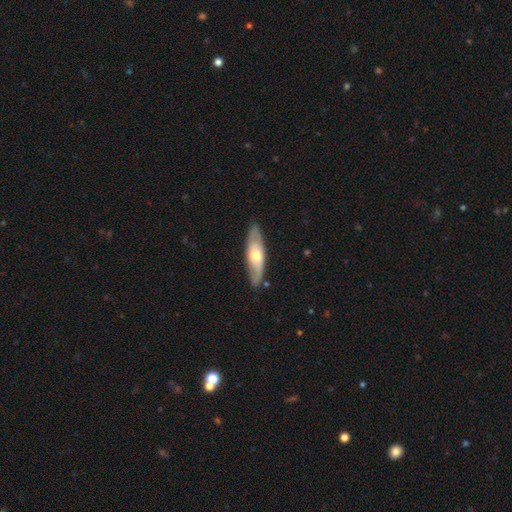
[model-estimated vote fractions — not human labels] Morphology: type=featured or disk (50%); edge-on=no (55%); merging=none (84%).